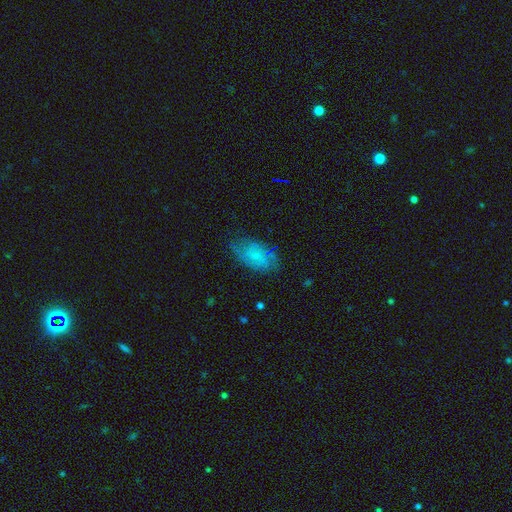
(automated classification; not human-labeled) The model was most divided on "smooth or featured": smooth: 51%, featured or disk: 40%, star or artifact: 9%. More confident: how rounded — in between (91%); merging — none (67%).